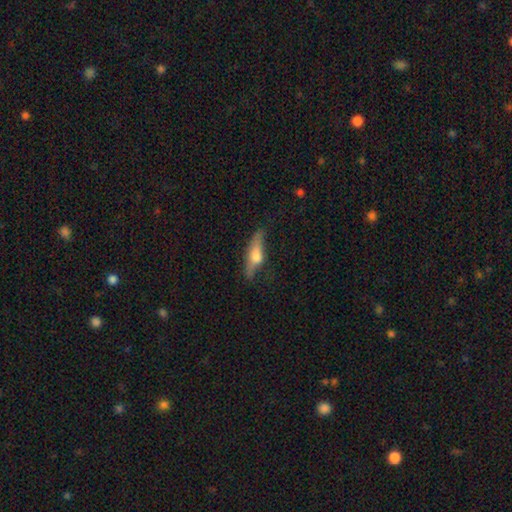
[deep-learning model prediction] Morphology: type=smooth (52%); roundness=cigar-shaped (54%); merging=none (56%).